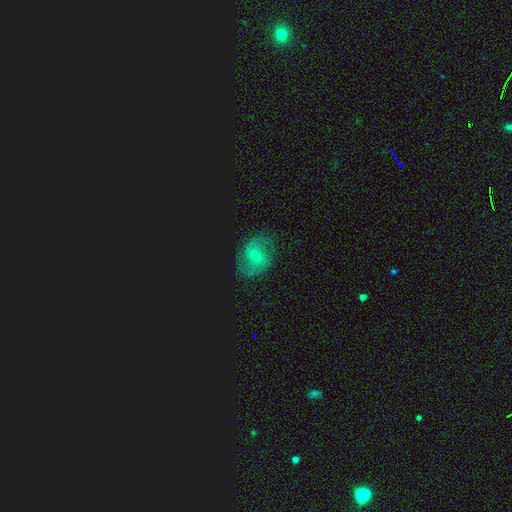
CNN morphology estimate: featured or disk 70%, smooth 16%, star or artifact 15%. Down the decision tree: edge-on disk — no (98%); bar — no (45%); spiral arms — yes (93%); spiral arm count — 2 (81%); spiral winding — medium (52%); bulge size — small (69%); merging — none (76%).